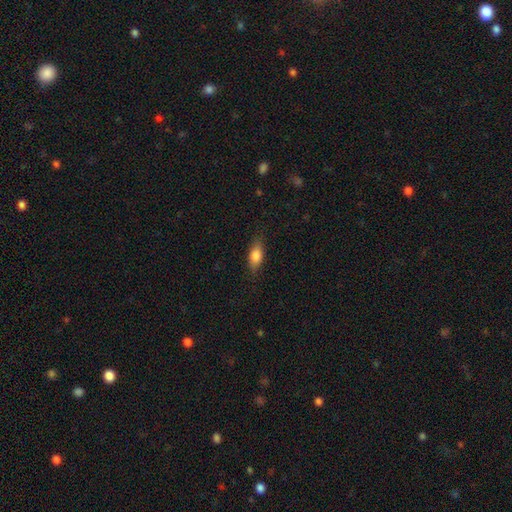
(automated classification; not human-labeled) Overall: smooth (78%). How rounded: in between (78%). Merging: none (82%).